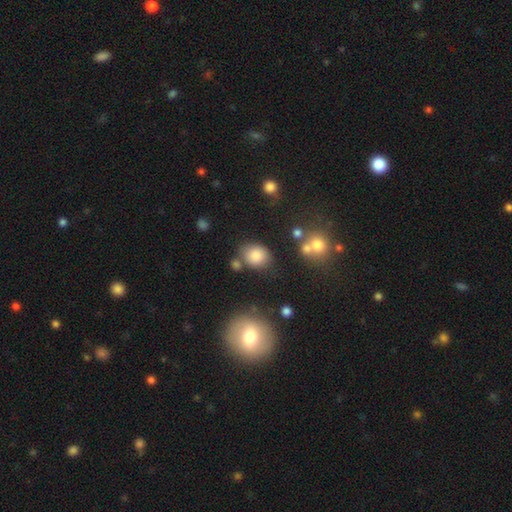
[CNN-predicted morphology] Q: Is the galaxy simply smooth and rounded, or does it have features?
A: smooth — 82%.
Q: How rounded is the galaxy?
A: round — 56%.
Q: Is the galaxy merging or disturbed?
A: none — 68%.